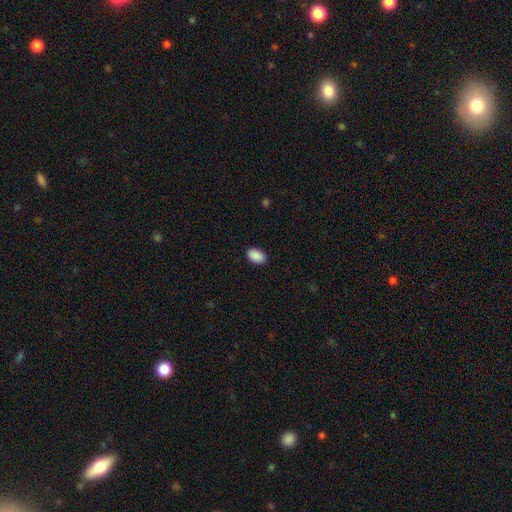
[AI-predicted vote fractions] smooth 91%, star or artifact 7%, featured or disk 2%. Down the decision tree: how rounded — in between (91%); merging — none (89%).